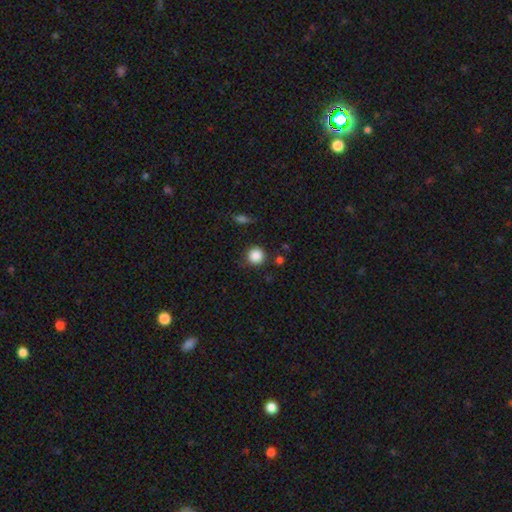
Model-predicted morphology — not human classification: Smooth or featured?
  - smooth: 87% *
  - star or artifact: 10%
  - featured or disk: 4%
How rounded?
  - round: 94% *
  - in between: 5%
  - cigar-shaped: 1%
Merging?
  - none: 86% *
  - minor disturbance: 9%
  - major disturbance: 3%
  - merger: 3%